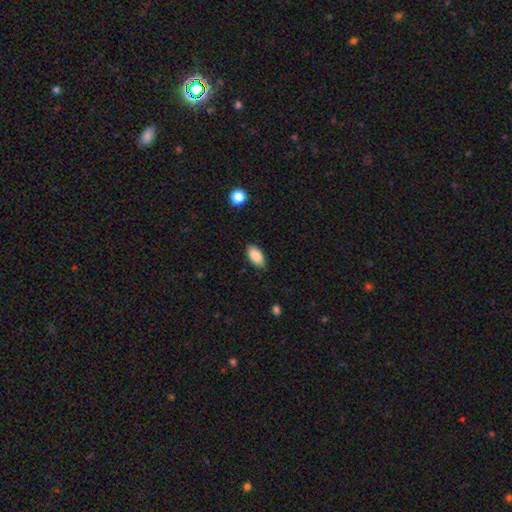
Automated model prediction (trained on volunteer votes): smooth_or_featured: smooth (p=0.89) [alt: star or artifact p=0.07]
how_rounded: in between (p=0.94) [alt: cigar-shaped p=0.03]
merging: none (p=0.84) [alt: minor disturbance p=0.13]